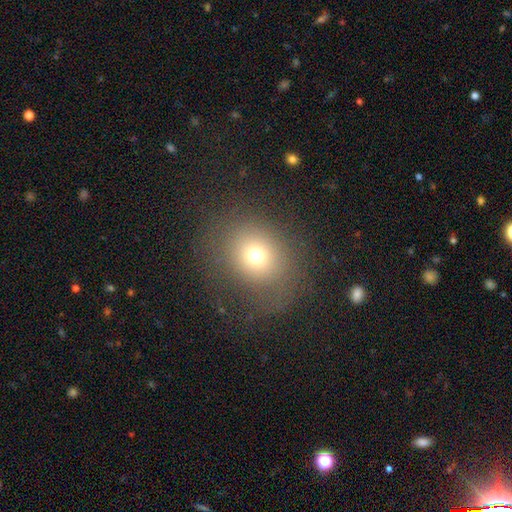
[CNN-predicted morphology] Smooth or featured? Predicted: smooth (p=0.69). How rounded? Predicted: round (p=0.67). Merging? Predicted: none (p=0.73).